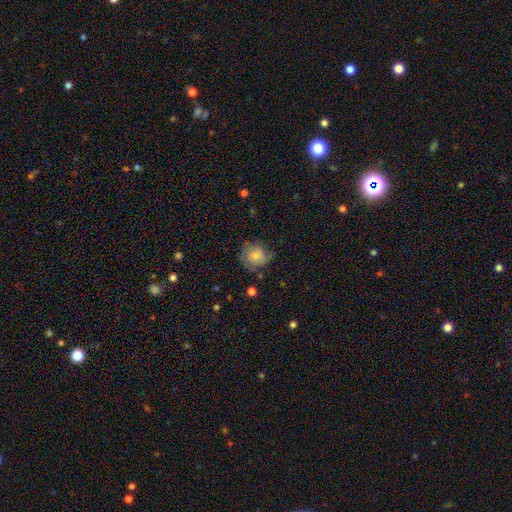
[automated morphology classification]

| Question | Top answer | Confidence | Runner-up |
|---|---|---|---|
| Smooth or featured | smooth | 65% | featured or disk (27%) |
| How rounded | round | 83% | in between (16%) |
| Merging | none | 57% | minor disturbance (28%) |